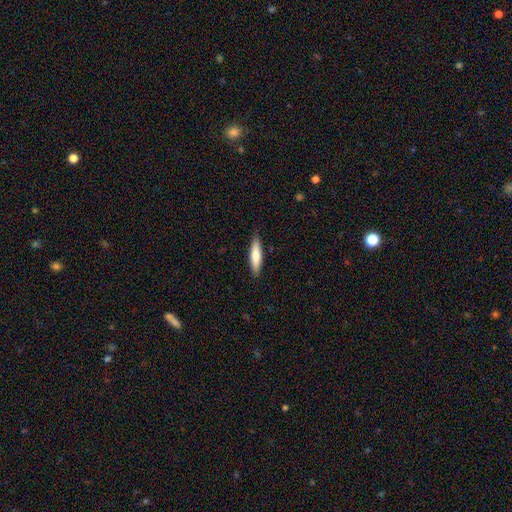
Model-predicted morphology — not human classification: Smooth or featured? Predicted: smooth (p=0.72). How rounded? Predicted: cigar-shaped (p=0.75). Merging? Predicted: none (p=0.88).